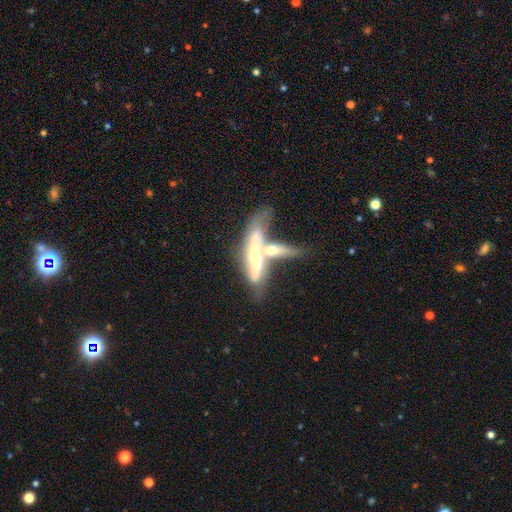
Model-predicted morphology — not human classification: Smooth or featured: featured or disk — 60% (smooth — 33%)
Edge-on disk: no — 57% (yes — 43%)
Merging: merger — 62% (major disturbance — 15%)